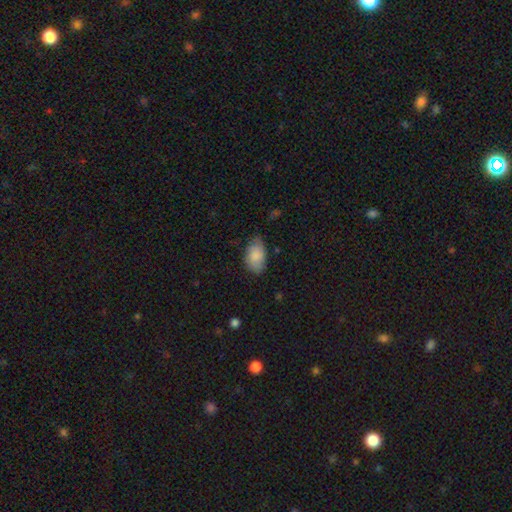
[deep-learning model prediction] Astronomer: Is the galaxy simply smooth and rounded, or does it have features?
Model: smooth — 85%.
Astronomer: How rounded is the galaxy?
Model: in between — 93%.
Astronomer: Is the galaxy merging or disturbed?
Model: none — 69%.